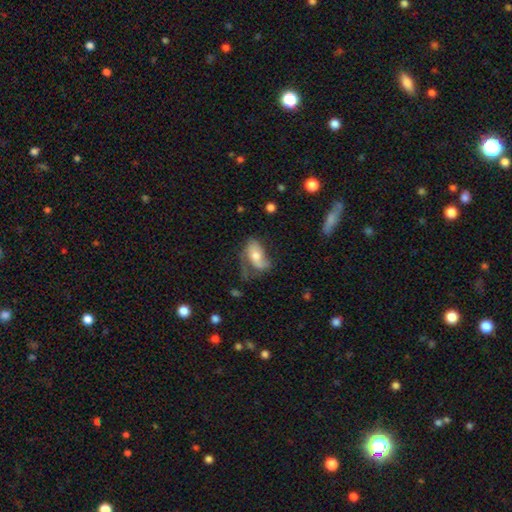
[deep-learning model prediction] featured or disk 46% (tied), smooth 46% (tied), star or artifact 8%. Down the decision tree: merging — major disturbance (37%).